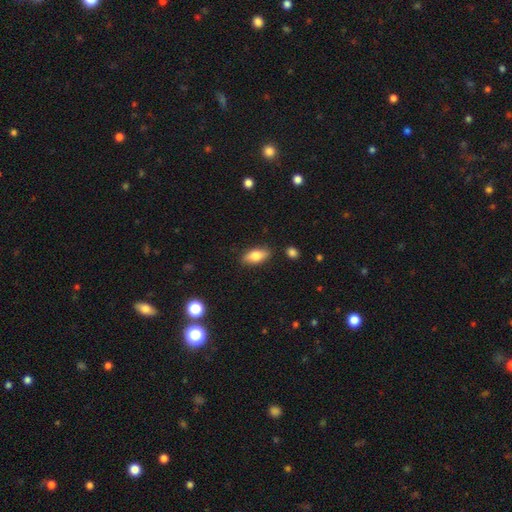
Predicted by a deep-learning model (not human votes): Smooth or featured? smooth (75%)
How rounded? in between (84%)
Merging? none (84%)